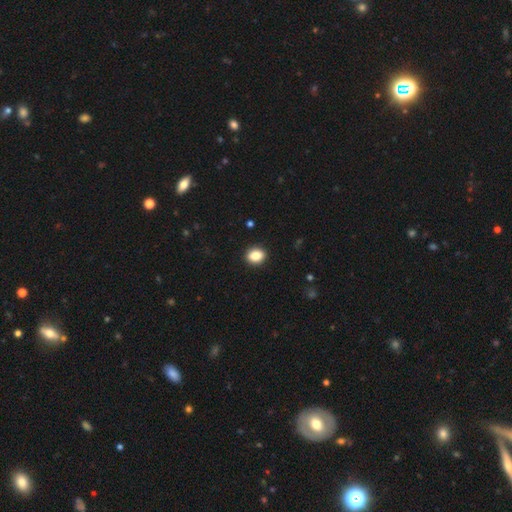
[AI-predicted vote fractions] Smooth or featured?
  - smooth: 86% *
  - star or artifact: 9%
  - featured or disk: 5%
How rounded?
  - in between: 53% *
  - round: 46%
  - cigar-shaped: 1%
Merging?
  - none: 91% *
  - minor disturbance: 6%
  - major disturbance: 2%
  - merger: 1%